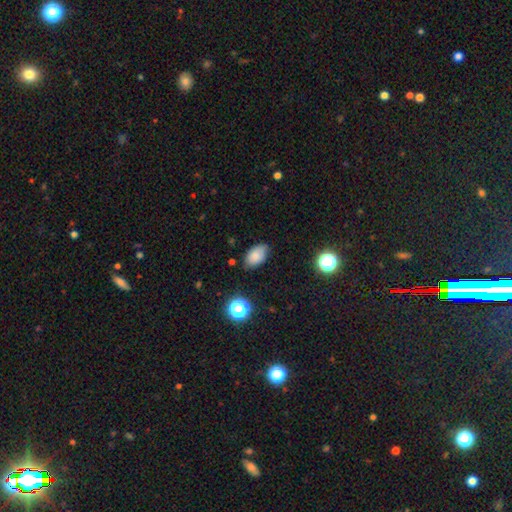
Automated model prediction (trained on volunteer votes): smooth 81%, star or artifact 10%, featured or disk 8%. Down the decision tree: how rounded — in between (90%); merging — none (74%).